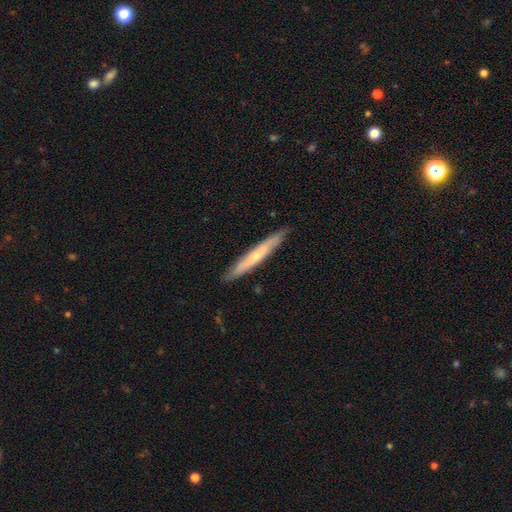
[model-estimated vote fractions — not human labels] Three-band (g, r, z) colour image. It shows a featured or disk galaxy (51%) viewed edge-on (87%). Merging: none (87%).